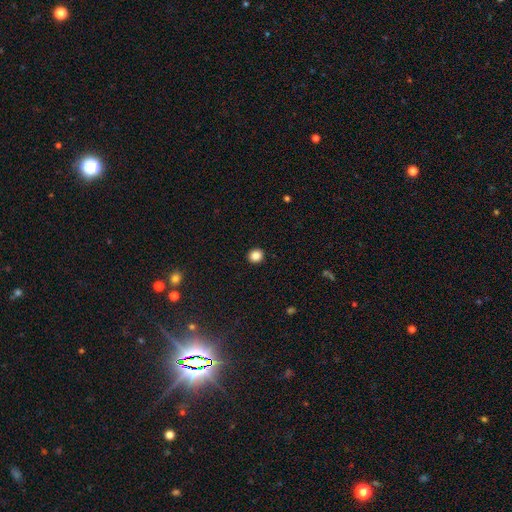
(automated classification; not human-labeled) A smooth galaxy with no disk features (86%) that is round (89%).

Vote fractions:
- Smooth or featured? smooth: 86% / star or artifact: 10% / featured or disk: 4%
- How rounded? round: 89% / in between: 10% / cigar-shaped: 1%
- Merging? none: 93% / minor disturbance: 4% / major disturbance: 2% / merger: 1%